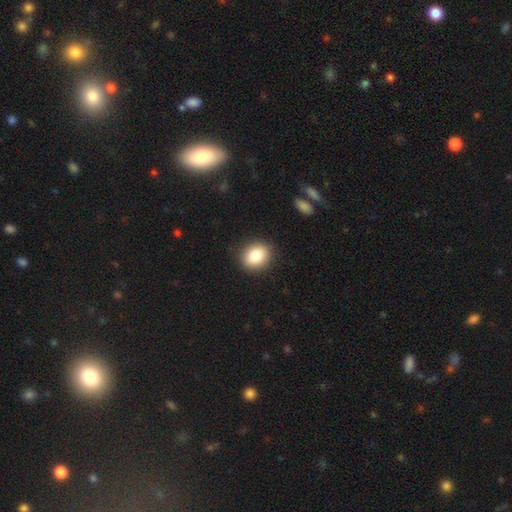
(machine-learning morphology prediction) Overall: smooth (85%). How rounded: round (54%; in between 45%). Merging: none (88%).